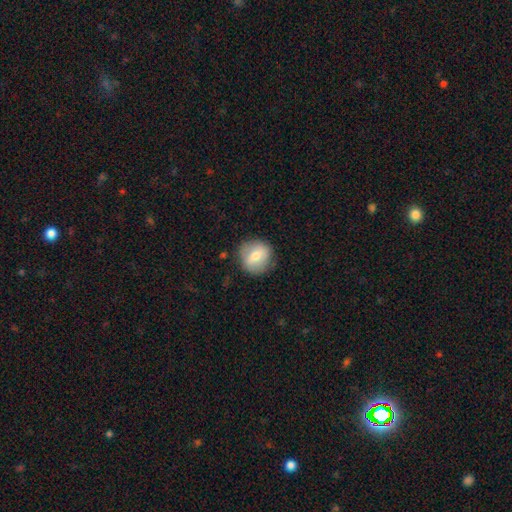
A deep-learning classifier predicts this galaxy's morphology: A smooth galaxy with no disk features (67%) that is round (90%). Merging: none (83%).